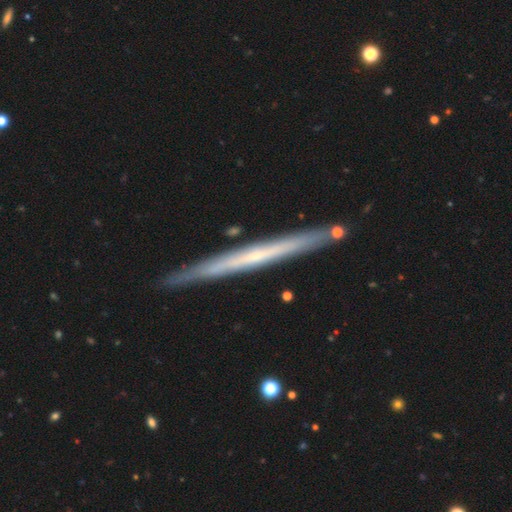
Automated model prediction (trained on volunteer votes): smooth_or_featured: featured or disk (p=0.67) [alt: smooth p=0.27]
disk_edge_on: yes (p=0.96) [alt: no p=0.04]
edge_on_bulge: none (p=0.79) [alt: rounded p=0.18]
merging: none (p=0.89) [alt: minor disturbance p=0.08]